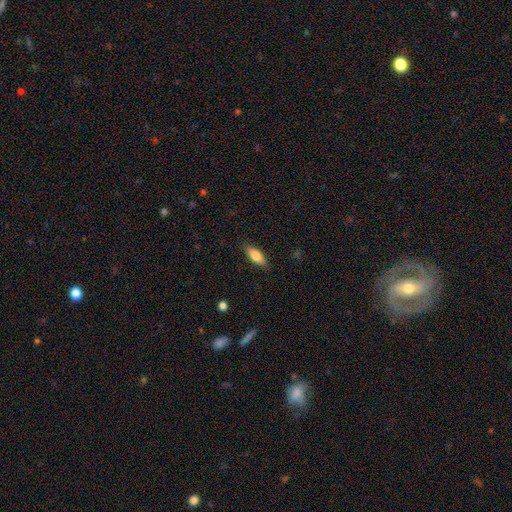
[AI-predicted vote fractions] Smooth or featured? Predicted: smooth (p=0.78). How rounded? Predicted: in between (p=0.68). Merging? Predicted: none (p=0.86).